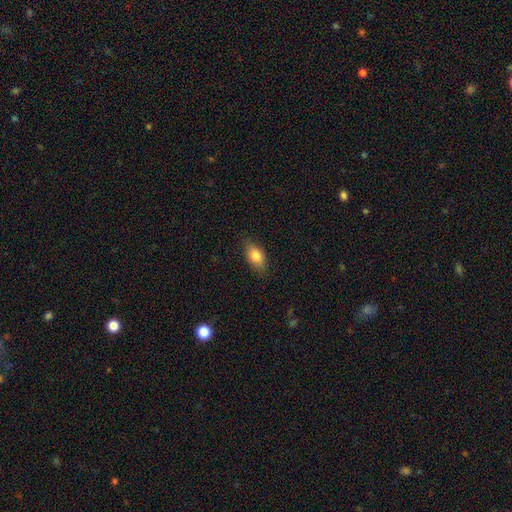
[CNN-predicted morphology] smooth 81%, featured or disk 11%, star or artifact 8%. Down the decision tree: how rounded — in between (86%); merging — none (83%).